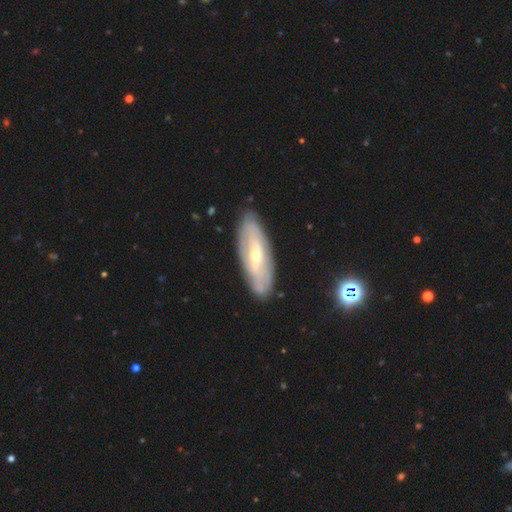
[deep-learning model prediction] Smooth or featured: featured or disk — 73% (smooth — 21%)
Edge-on disk: no — 81% (yes — 19%)
Bar: weak — 39% (no — 33%)
Spiral arms: yes — 67% (no — 33%)
Bulge size: small — 61% (moderate — 35%)
Merging: none — 85% (minor disturbance — 11%)